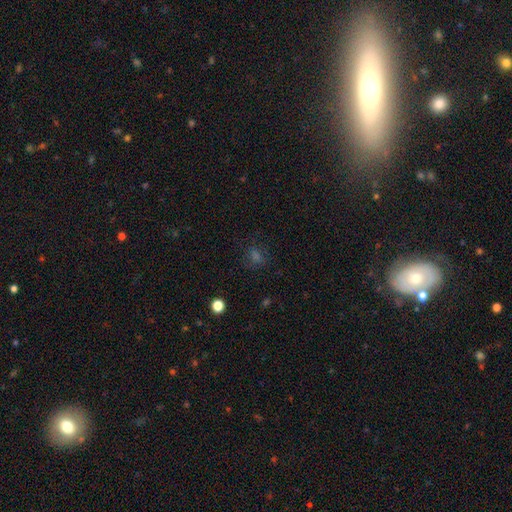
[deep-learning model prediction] This appears to be a smooth galaxy with no disk features (49%). Merging: none (78%).